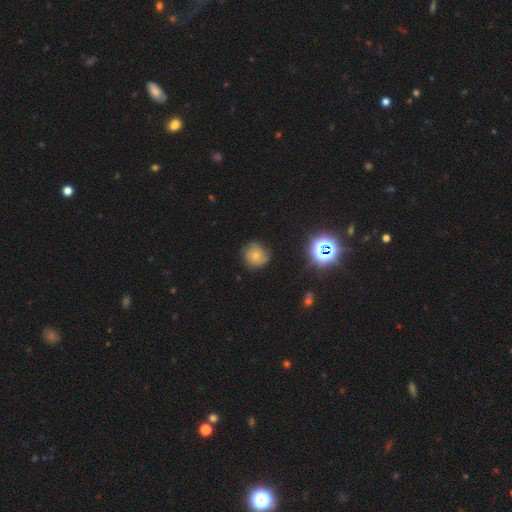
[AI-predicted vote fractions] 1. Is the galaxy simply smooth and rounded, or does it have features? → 56% smooth, 28% featured or disk, 16% star or artifact.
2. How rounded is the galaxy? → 87% round, 12% in between, 1% cigar-shaped.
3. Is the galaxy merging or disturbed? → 71% none, 22% minor disturbance, 6% major disturbance, 2% merger.